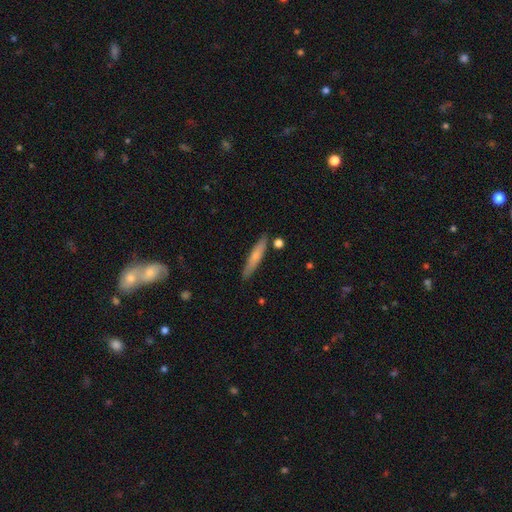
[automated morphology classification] type=smooth (66%); roundness=cigar-shaped (91%); merging=none (84%).